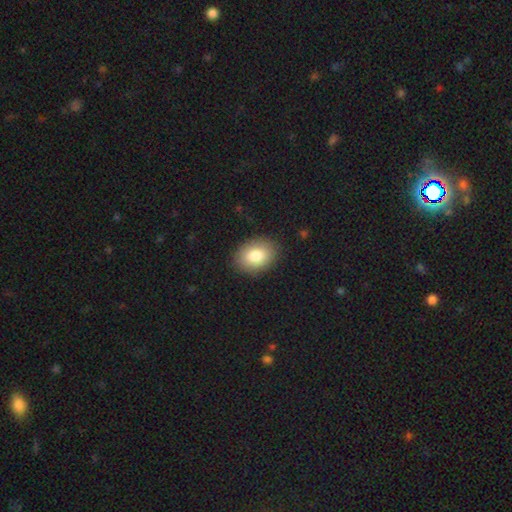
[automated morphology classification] This is clearly a smooth galaxy (85%). How rounded: likely in between (74%). Merging: clearly none (88%).